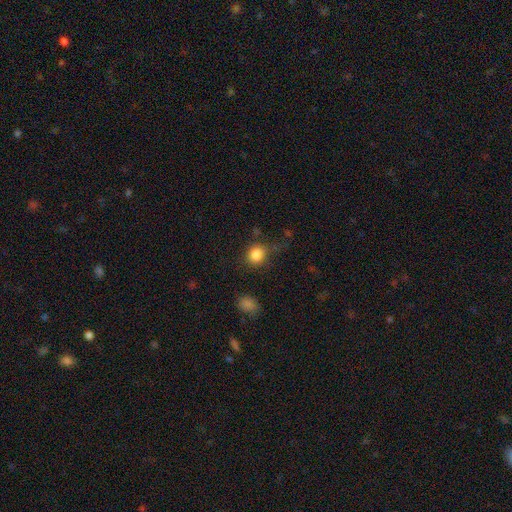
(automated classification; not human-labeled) Smooth or featured?
  - smooth: 84% *
  - star or artifact: 11%
  - featured or disk: 6%
How rounded?
  - round: 83% *
  - in between: 16%
  - cigar-shaped: 1%
Merging?
  - none: 72% *
  - minor disturbance: 17%
  - major disturbance: 8%
  - merger: 4%